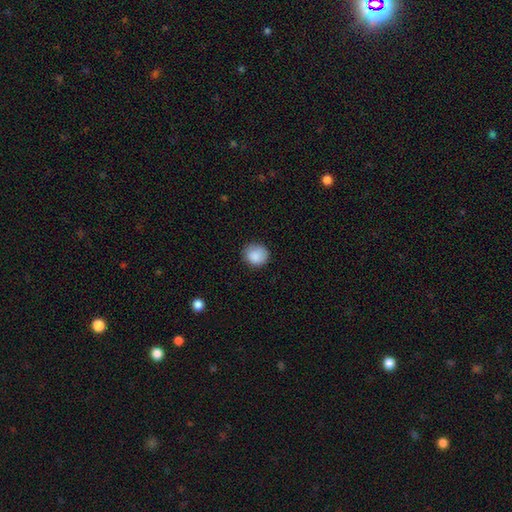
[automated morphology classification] Overall: smooth (88%). How rounded: round (83%). Merging: none (81%).